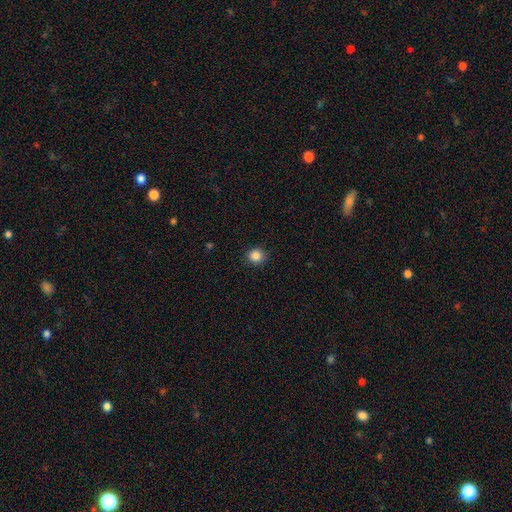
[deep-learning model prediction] The model was most divided on "smooth or featured": smooth: 86%, star or artifact: 11%, featured or disk: 3%. More confident: merging — none (90%); how rounded — round (90%).